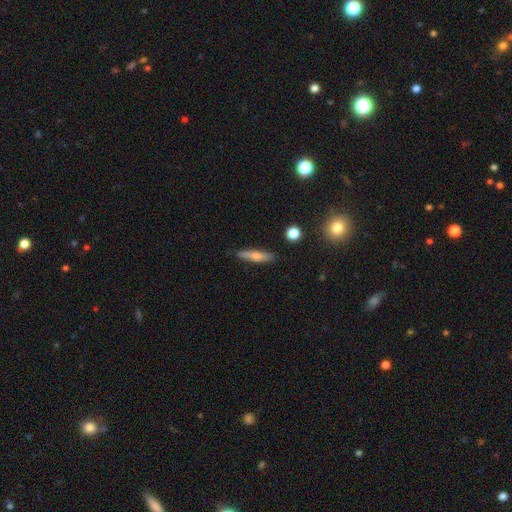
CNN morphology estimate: A smooth galaxy with no disk features (66%) that is cigar-shaped (82%).

Vote fractions:
- Smooth or featured? smooth: 66% / featured or disk: 26% / star or artifact: 8%
- How rounded? cigar-shaped: 82% / in between: 16% / round: 2%
- Merging? none: 82% / minor disturbance: 14% / major disturbance: 3% / merger: 2%